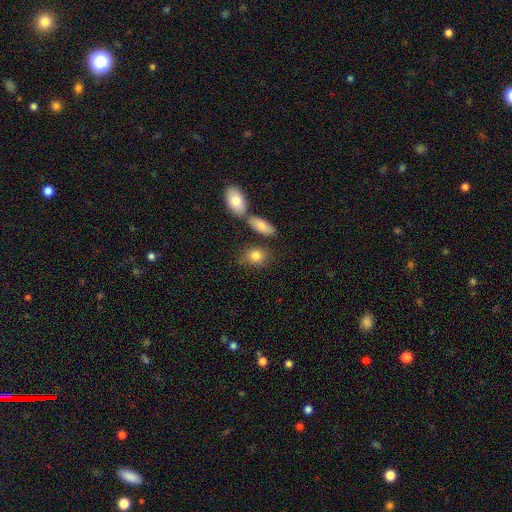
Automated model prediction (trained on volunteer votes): This is clearly a smooth galaxy (83%). How rounded: likely in between (64%). Merging: likely none (66%).